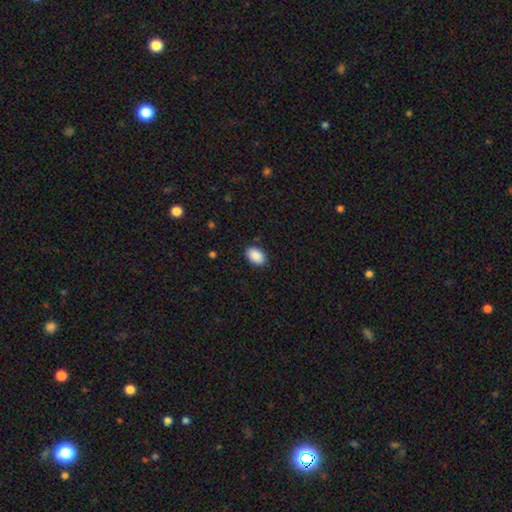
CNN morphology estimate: A smooth galaxy with no disk features (90%) that is in between round and cigar-shaped (90%). Merging: none (88%).